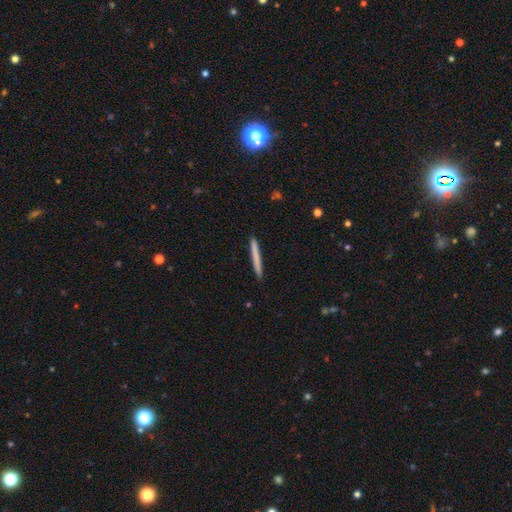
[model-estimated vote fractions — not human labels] The model was most divided on "smooth or featured": smooth: 71%, featured or disk: 24%, star or artifact: 6%. More confident: how rounded — cigar-shaped (97%); merging — none (92%).